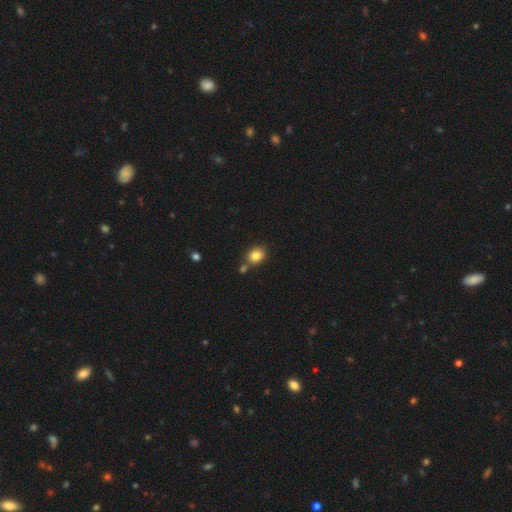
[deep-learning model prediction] Overall: smooth (83%). How rounded: round (59%; in between 40%). Merging: none (71%).